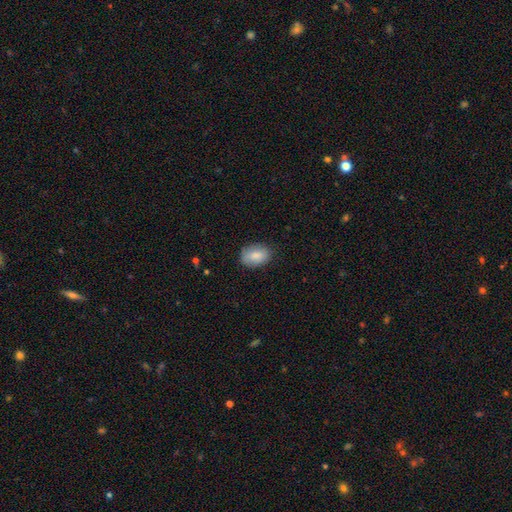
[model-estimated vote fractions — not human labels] Smooth or featured?
  - smooth: 85% *
  - featured or disk: 8%
  - star or artifact: 7%
How rounded?
  - in between: 83% *
  - round: 16%
  - cigar-shaped: 1%
Merging?
  - none: 80% *
  - minor disturbance: 16%
  - major disturbance: 3%
  - merger: 1%